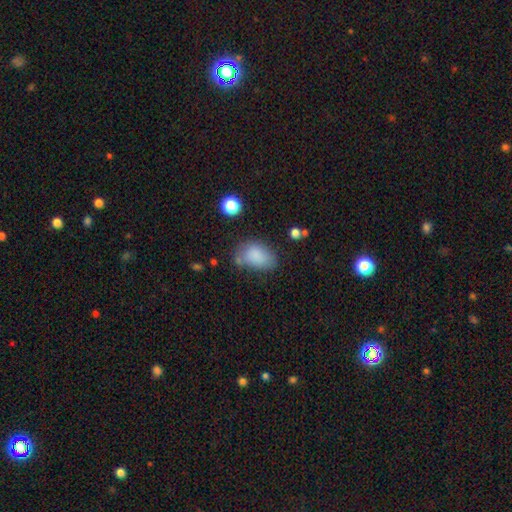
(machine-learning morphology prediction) Overall: smooth (83%). How rounded: in between (85%). Merging: none (54%; minor disturbance 27%).